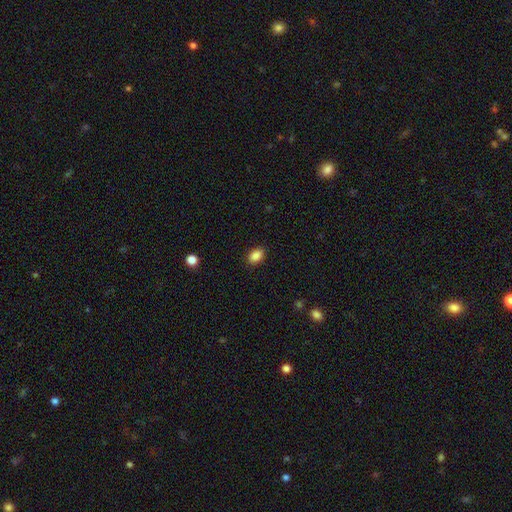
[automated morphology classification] This appears to be a smooth galaxy with no disk features (87%) that is in between round and cigar-shaped (84%). Merging: none (88%).